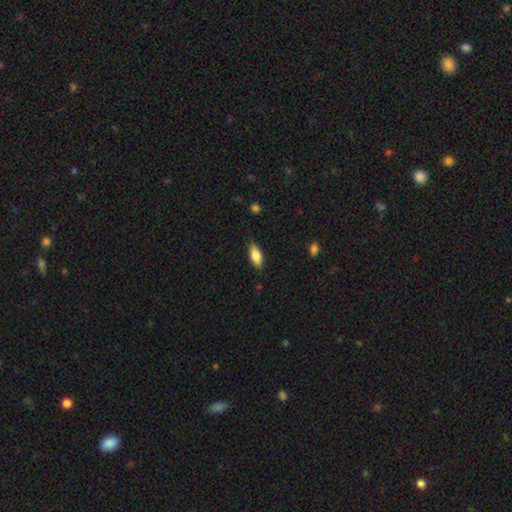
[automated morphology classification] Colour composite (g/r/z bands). It shows a smooth galaxy with no disk features (80%) that is in between round and cigar-shaped (82%). Merging: none (83%).